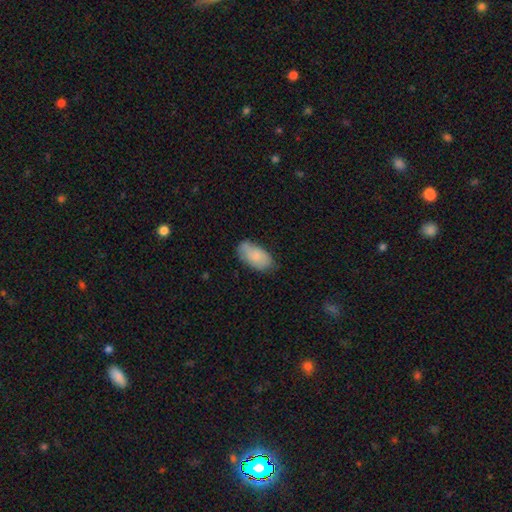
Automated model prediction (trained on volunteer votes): Smooth or featured: smooth — 81% (featured or disk — 12%)
How rounded: in between — 94% (cigar-shaped — 3%)
Merging: none — 64% (minor disturbance — 28%)